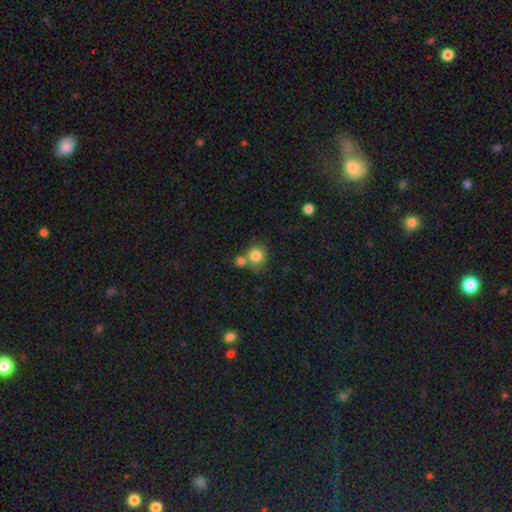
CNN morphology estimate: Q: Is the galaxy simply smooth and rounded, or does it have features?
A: smooth — 82%.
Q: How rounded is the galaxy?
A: round — 85%.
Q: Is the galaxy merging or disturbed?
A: none — 51%.